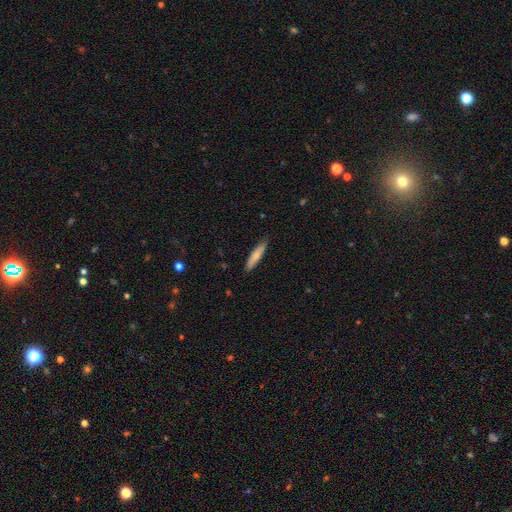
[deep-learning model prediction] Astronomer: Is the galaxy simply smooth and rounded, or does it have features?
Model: smooth — 67%.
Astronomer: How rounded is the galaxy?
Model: cigar-shaped — 85%.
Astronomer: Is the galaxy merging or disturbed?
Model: none — 83%.